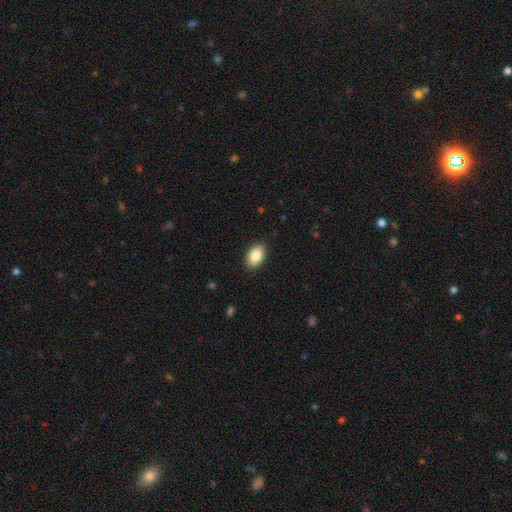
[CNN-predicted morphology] type=smooth (87%); roundness=in between (91%); merging=none (89%).